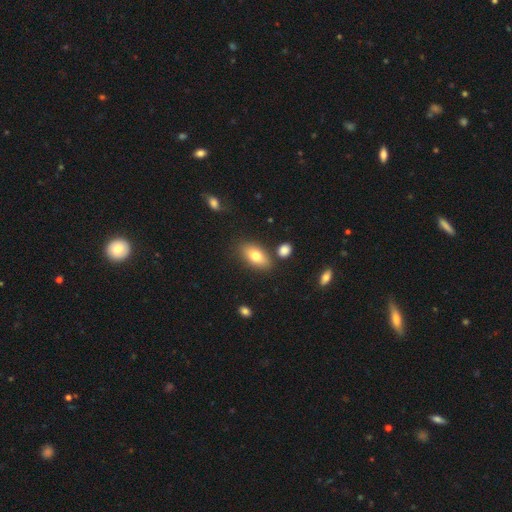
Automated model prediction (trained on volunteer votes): smooth_or_featured: smooth (p=0.75) [alt: featured or disk p=0.17]
how_rounded: in between (p=0.89) [alt: round p=0.06]
merging: none (p=0.78) [alt: minor disturbance p=0.12]